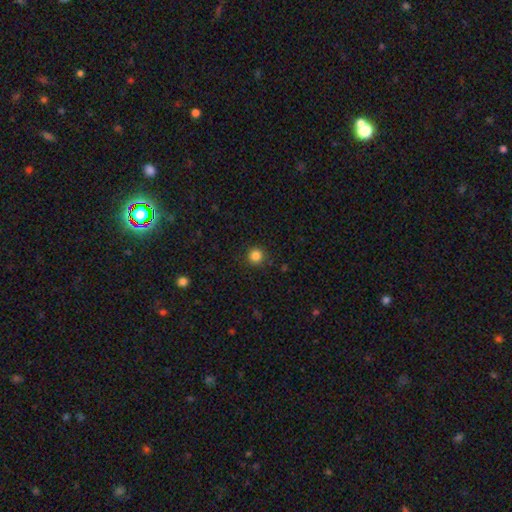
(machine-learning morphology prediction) smooth_or_featured: smooth (p=0.84) [alt: star or artifact p=0.12]
how_rounded: round (p=0.95) [alt: in between p=0.04]
merging: none (p=0.90) [alt: minor disturbance p=0.07]